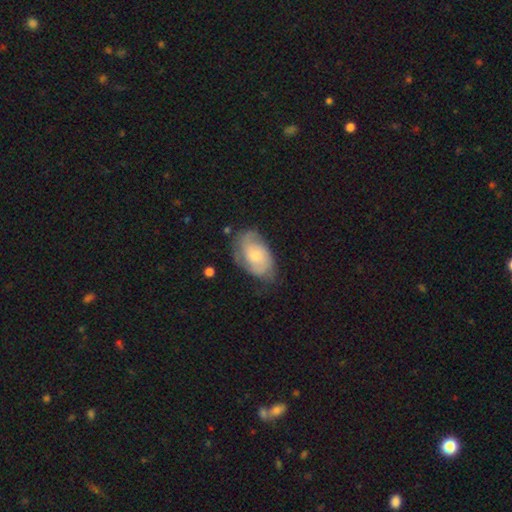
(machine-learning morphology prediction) smooth-or-featured: featured or disk: 65% | smooth: 29% | star or artifact: 6%
  disk-edge-on: no: 96% | yes: 4%
    bar: no: 71% | weak: 25% | strong: 3%
    has-spiral-arms: yes: 89% | no: 11%
      spiral-winding: tight: 43% | medium: 41% | loose: 15%
      spiral-arm-count: 2: 53% | can't tell: 26% | 3: 12% | 1: 4% | 4: 3% | more than 4: 2%
    bulge-size: small: 50% | moderate: 38% | large: 6% | none: 5% | dominant: 1%
  merging: none: 63% | minor disturbance: 26% | major disturbance: 10% | merger: 2%